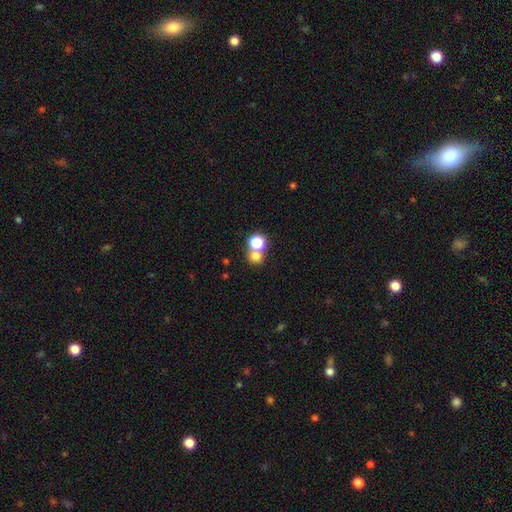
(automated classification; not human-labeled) smooth_or_featured: smooth (p=0.73) [alt: star or artifact p=0.18]
how_rounded: round (p=0.81) [alt: in between p=0.18]
merging: none (p=0.49) [alt: merger p=0.41]